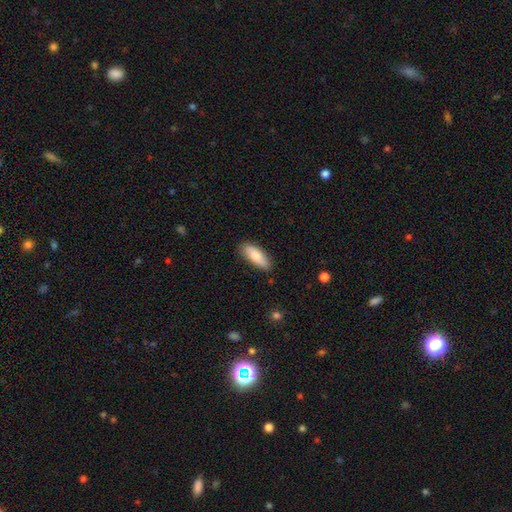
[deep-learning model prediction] This appears to be a smooth galaxy with no disk features (81%) that is in between round and cigar-shaped (72%). Merging: none (83%).